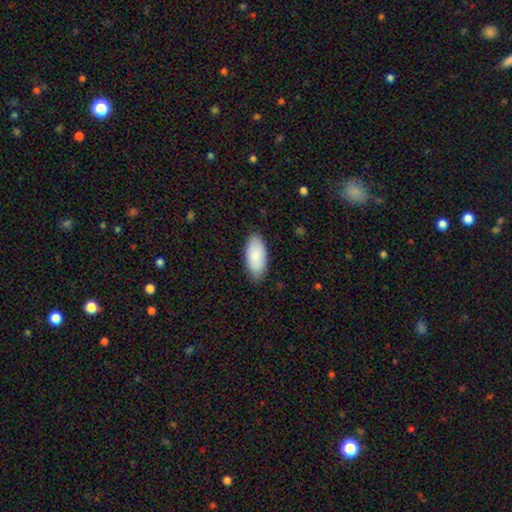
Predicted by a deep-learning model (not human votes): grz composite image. It shows a smooth galaxy with no disk features (87%) that is in between round and cigar-shaped (93%). Merging: none (84%).